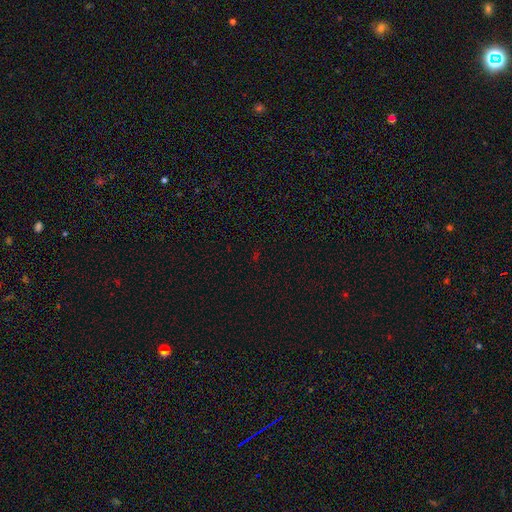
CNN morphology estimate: This appears to be a star or artifact, not a galaxy (70%).